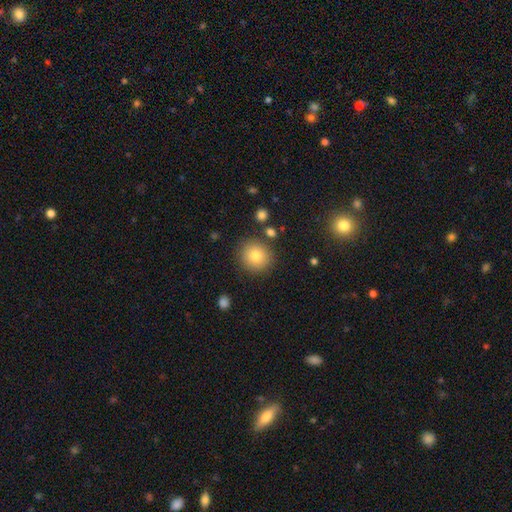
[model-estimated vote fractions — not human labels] Morphology: type=smooth (81%); roundness=round (90%); merging=none (86%).